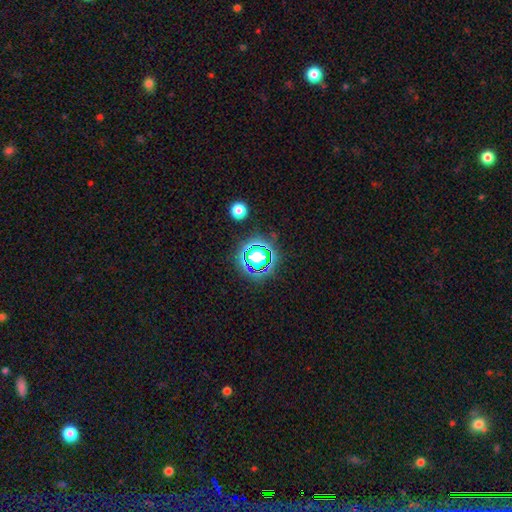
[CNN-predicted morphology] A star or artifact, not a galaxy (73%).